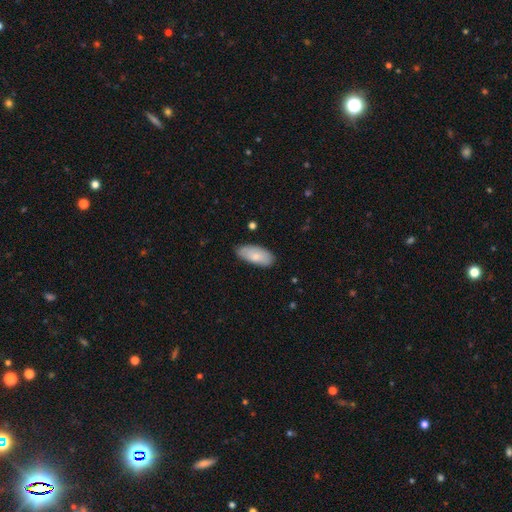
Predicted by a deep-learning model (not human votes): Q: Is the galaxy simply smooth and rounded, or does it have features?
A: smooth — 78%.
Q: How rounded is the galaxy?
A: in between — 90%.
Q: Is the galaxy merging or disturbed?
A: none — 78%.